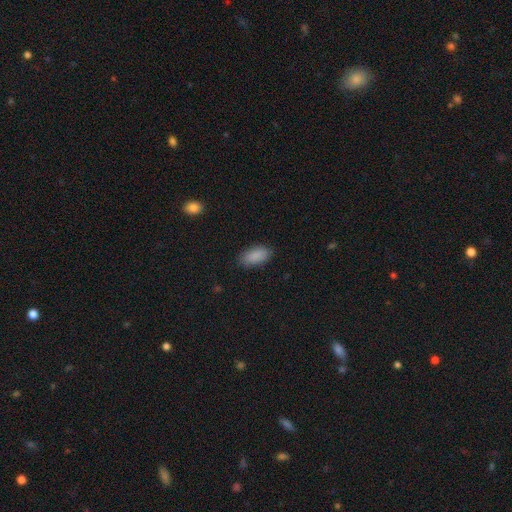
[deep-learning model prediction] Overall: smooth (89%). How rounded: in between (92%). Merging: none (84%).